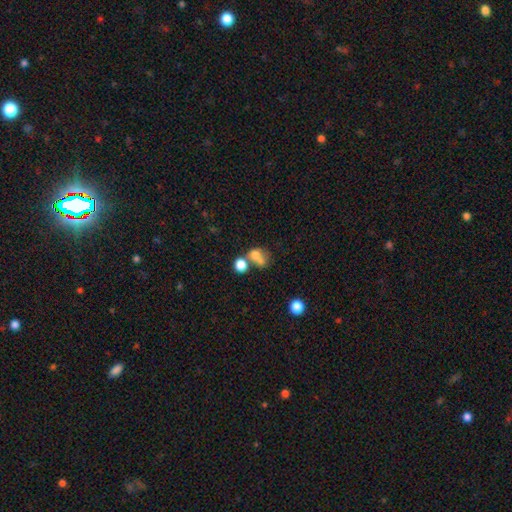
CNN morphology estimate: Q: Smooth or featured?
A: smooth (71%); runner-up: featured or disk (16%)
Q: How rounded?
A: round (60%); runner-up: in between (39%)
Q: Merging?
A: merger (56%); runner-up: none (28%)